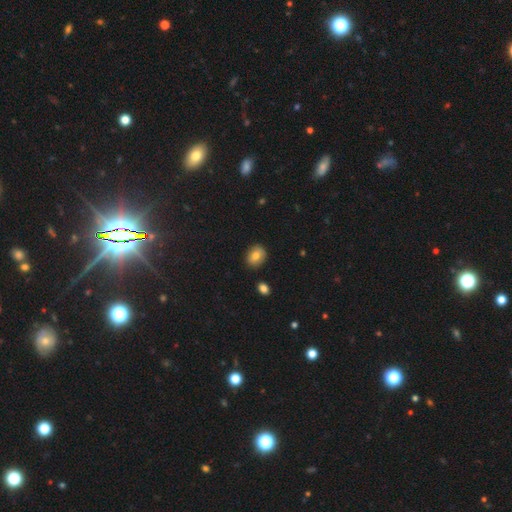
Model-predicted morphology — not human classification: Smooth or featured? smooth (77%)
How rounded? in between (51%)
Merging? none (86%)